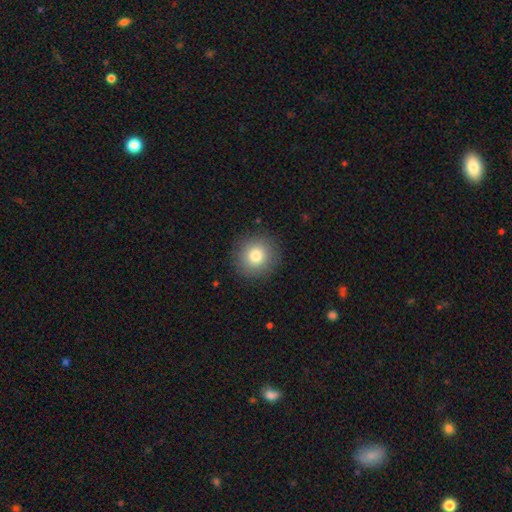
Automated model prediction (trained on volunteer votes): Q: Smooth or featured?
A: smooth (80%); runner-up: star or artifact (10%)
Q: How rounded?
A: round (94%); runner-up: in between (5%)
Q: Merging?
A: none (90%); runner-up: minor disturbance (6%)